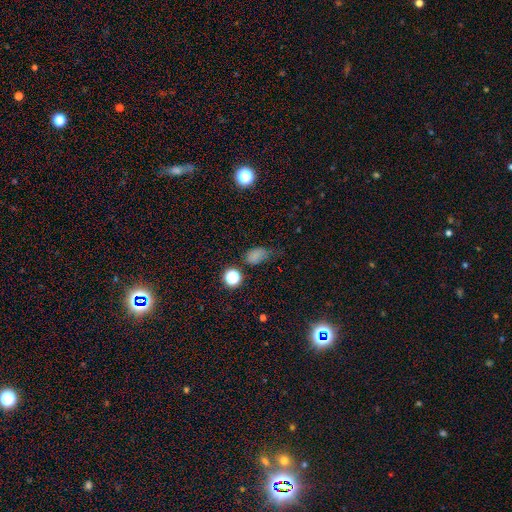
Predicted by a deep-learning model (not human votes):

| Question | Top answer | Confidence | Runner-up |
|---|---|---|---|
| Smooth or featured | smooth | 70% | star or artifact (22%) |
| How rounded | in between | 77% | round (21%) |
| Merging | none | 48% | minor disturbance (33%) |